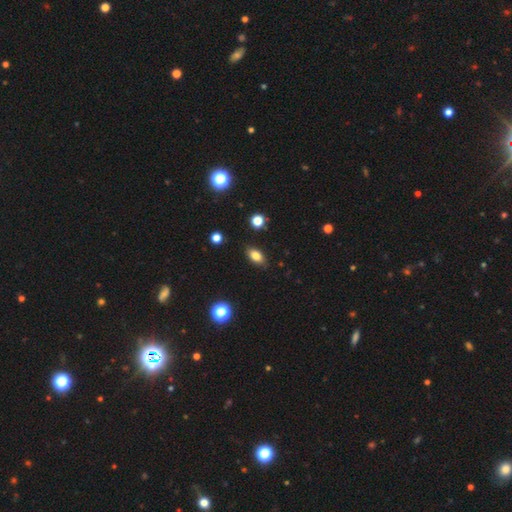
Smooth or featured: smooth — 90% (featured or disk — 5%)
How rounded: in between — 83% (round — 14%)
Merging: none — 100%